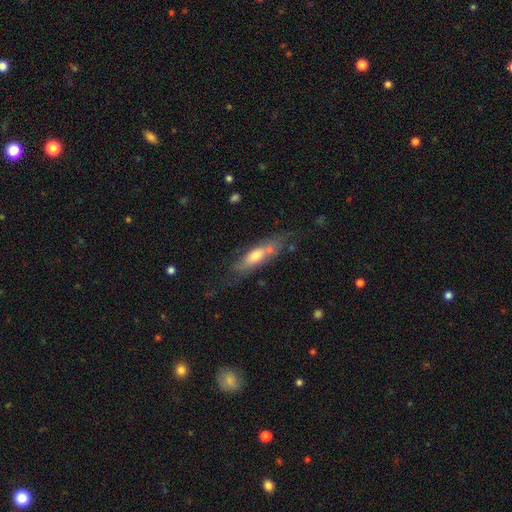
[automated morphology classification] A smooth galaxy with no disk features (51%) that is cigar-shaped (56%).

Vote fractions:
- Smooth or featured? smooth: 51% / featured or disk: 43% / star or artifact: 7%
- How rounded? cigar-shaped: 56% / in between: 41% / round: 3%
- Merging? none: 56% / minor disturbance: 23% / merger: 11% / major disturbance: 10%